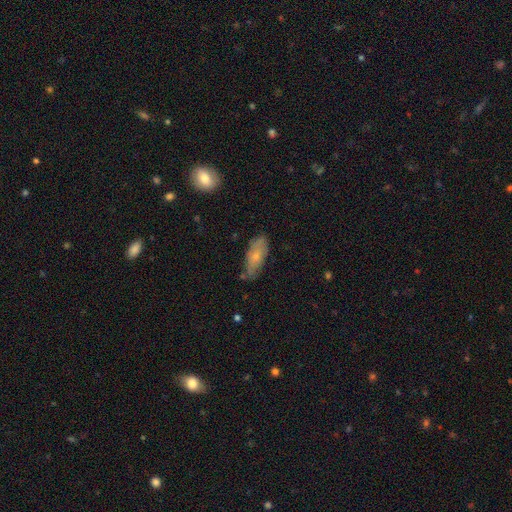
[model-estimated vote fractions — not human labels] Smooth or featured? smooth (65%)
How rounded? in between (77%)
Merging? none (61%)